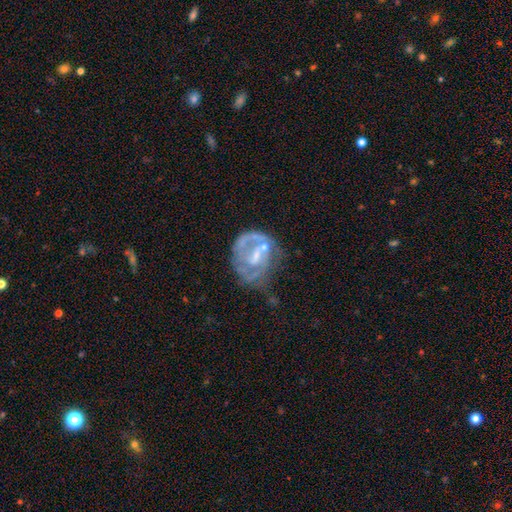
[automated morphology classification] A featured or disk galaxy (73%) with a weak bar (44%), spiral arms (64%) and a small central bulge (40%). Merging: none (38%).